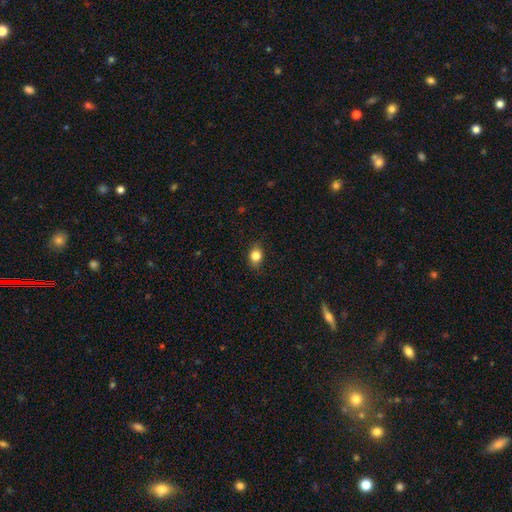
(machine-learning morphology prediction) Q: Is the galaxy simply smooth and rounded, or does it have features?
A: smooth — 83%.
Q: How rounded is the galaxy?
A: in between — 54%.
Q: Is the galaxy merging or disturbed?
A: none — 83%.